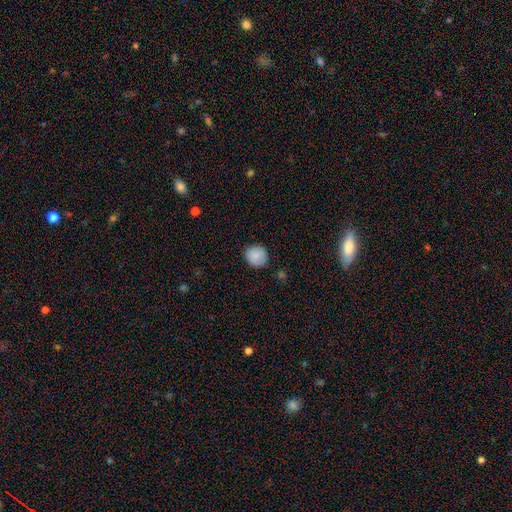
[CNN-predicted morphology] A smooth galaxy with no disk features (86%) that is round (85%).

Vote fractions:
- Smooth or featured? smooth: 86% / star or artifact: 8% / featured or disk: 6%
- How rounded? round: 85% / in between: 14% / cigar-shaped: 1%
- Merging? none: 84% / minor disturbance: 13% / major disturbance: 2% / merger: 1%